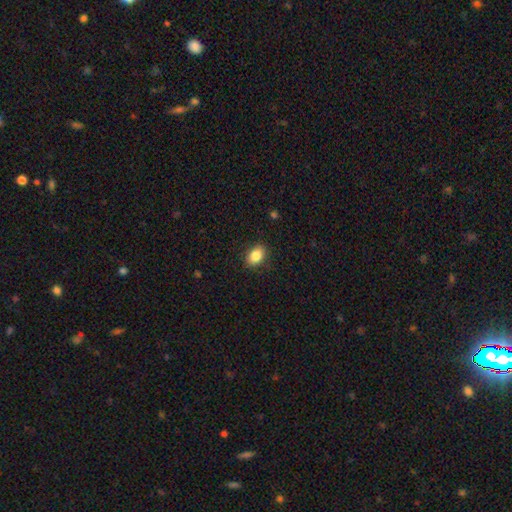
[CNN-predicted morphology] smooth-or-featured: smooth: 86% | star or artifact: 9% | featured or disk: 6%
  how-rounded: in between: 77% | round: 21% | cigar-shaped: 1%
  merging: none: 87% | minor disturbance: 10% | major disturbance: 2% | merger: 1%